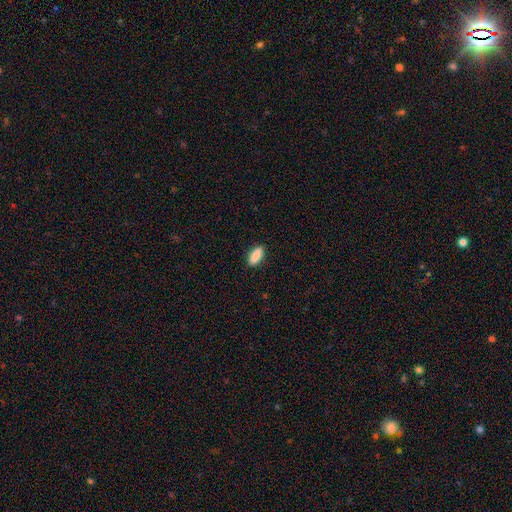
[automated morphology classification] This is clearly a smooth galaxy (88%). How rounded: likely in between (69%). Merging: clearly none (88%).